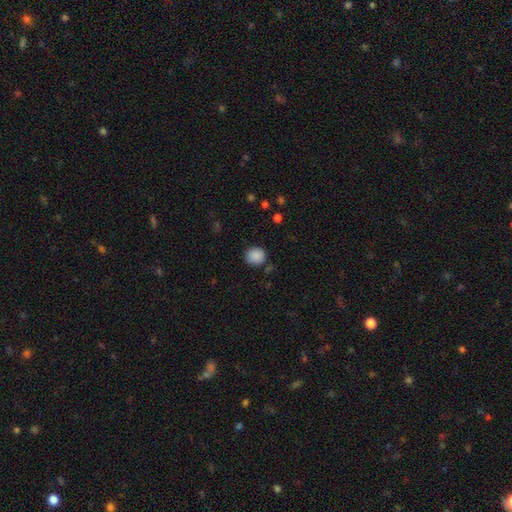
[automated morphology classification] type=smooth (88%); roundness=round (77%); merging=none (83%).